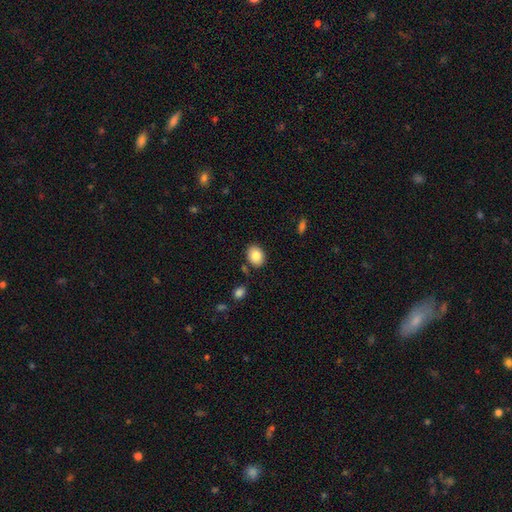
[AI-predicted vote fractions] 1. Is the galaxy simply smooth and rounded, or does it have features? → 85% smooth, 8% star or artifact, 7% featured or disk.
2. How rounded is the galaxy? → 65% in between, 34% round, 1% cigar-shaped.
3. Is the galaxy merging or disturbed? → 84% none, 10% minor disturbance, 3% merger, 3% major disturbance.